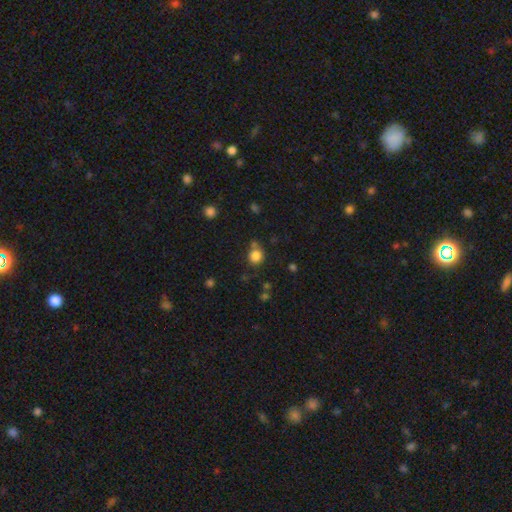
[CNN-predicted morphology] smooth_or_featured: smooth (p=0.83) [alt: star or artifact p=0.12]
how_rounded: round (p=0.85) [alt: in between p=0.14]
merging: none (p=0.67) [alt: merger p=0.15]